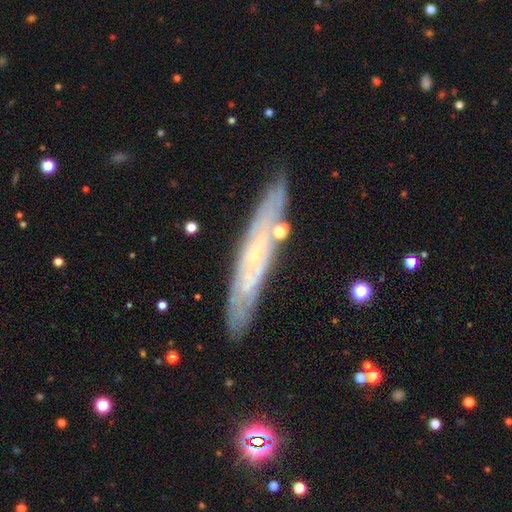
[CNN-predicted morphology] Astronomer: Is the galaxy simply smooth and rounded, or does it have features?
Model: featured or disk — 67%.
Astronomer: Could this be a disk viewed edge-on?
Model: yes — 58% (runner-up: no, 42%).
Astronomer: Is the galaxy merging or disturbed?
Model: none — 82%.